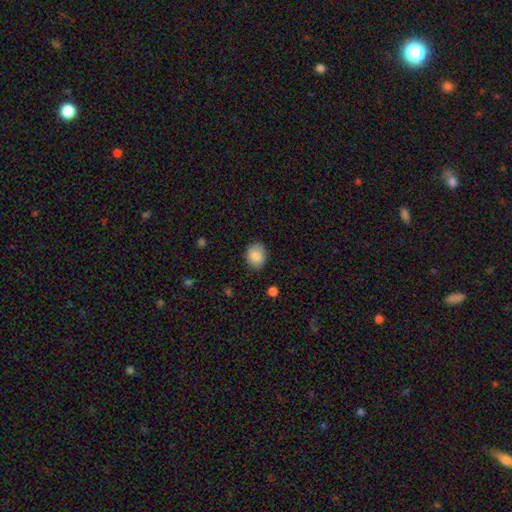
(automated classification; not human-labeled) Smooth or featured: smooth — 86% (star or artifact — 8%)
How rounded: round — 57% (in between — 42%)
Merging: none — 83% (minor disturbance — 13%)